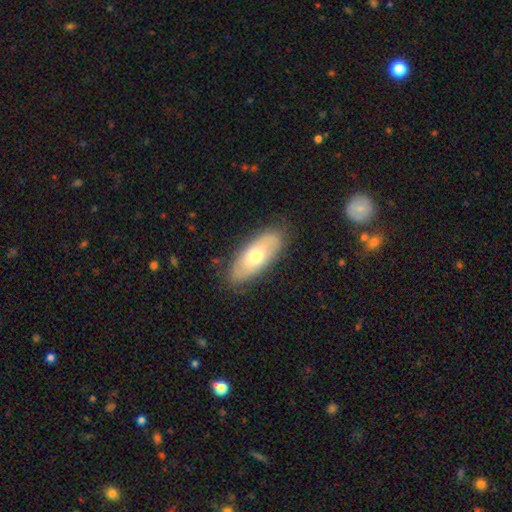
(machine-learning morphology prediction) type=smooth (57%); roundness=in between (78%); merging=none (83%).